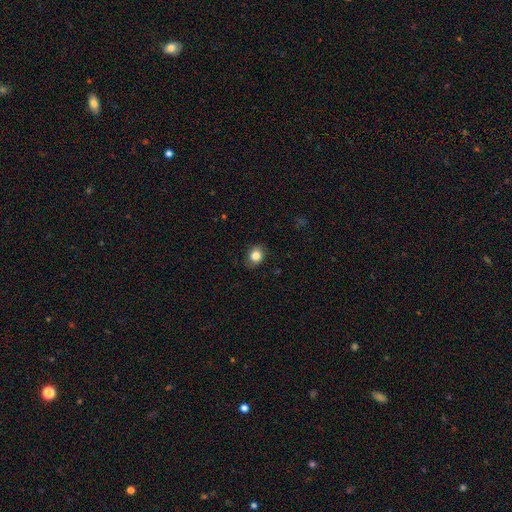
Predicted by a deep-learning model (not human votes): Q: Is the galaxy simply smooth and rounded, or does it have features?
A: smooth — 84%.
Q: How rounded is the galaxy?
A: round — 63%.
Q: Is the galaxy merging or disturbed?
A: none — 83%.